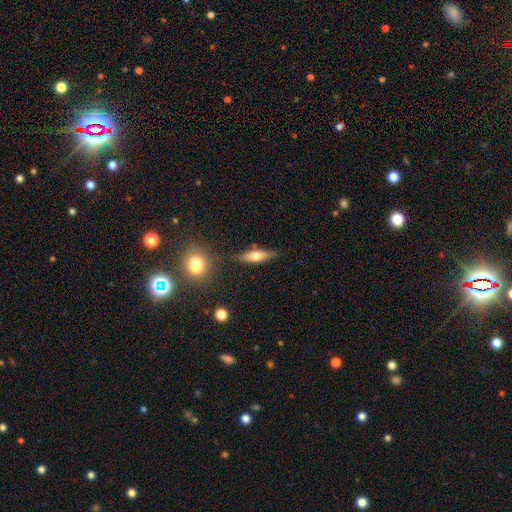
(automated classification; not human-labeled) This is possibly a smooth galaxy (49%). Merging: likely none (80%).